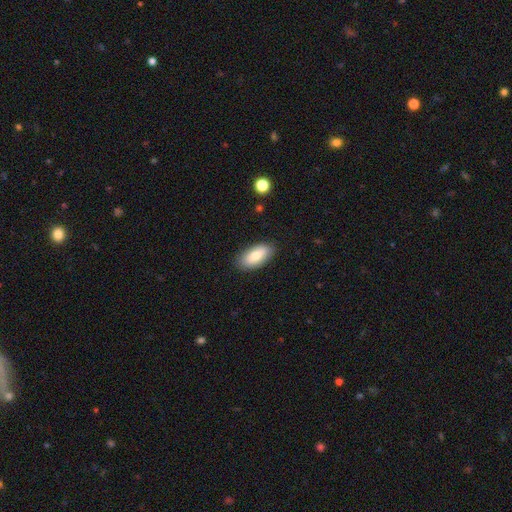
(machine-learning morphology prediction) A smooth galaxy with no disk features (78%) that is in between round and cigar-shaped (91%). Merging: none (85%).